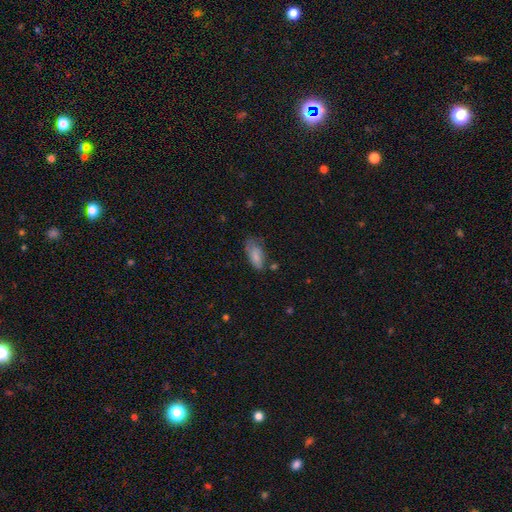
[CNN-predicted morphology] Smooth or featured: smooth — 78% (featured or disk — 13%)
How rounded: in between — 87% (cigar-shaped — 10%)
Merging: none — 43% (minor disturbance — 35%)